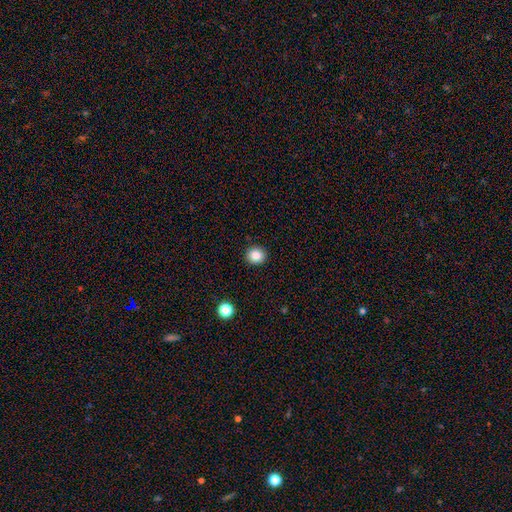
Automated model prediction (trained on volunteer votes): Smooth or featured? Predicted: smooth (p=0.86). How rounded? Predicted: round (p=0.89). Merging? Predicted: none (p=0.92).